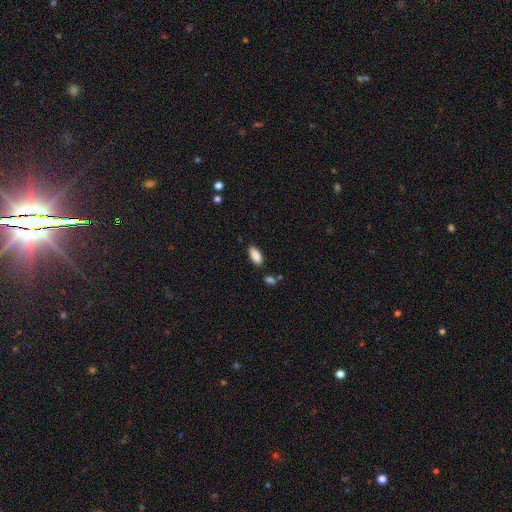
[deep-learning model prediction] smooth 88%, star or artifact 7%, featured or disk 5%. Down the decision tree: how rounded — in between (88%); merging — none (84%).